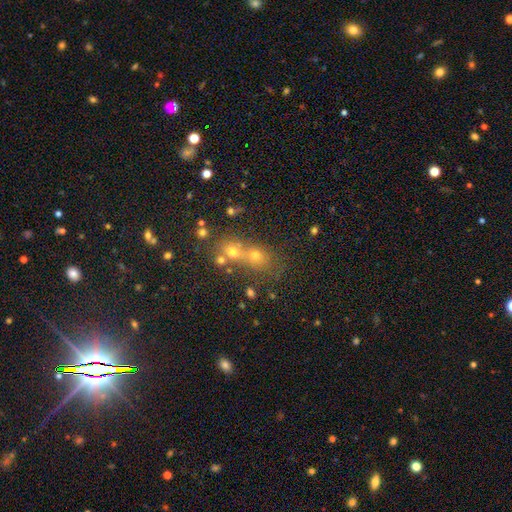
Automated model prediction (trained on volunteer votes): smooth 62%, star or artifact 22%, featured or disk 16%. Down the decision tree: how rounded — round (60%); merging — merger (52%).